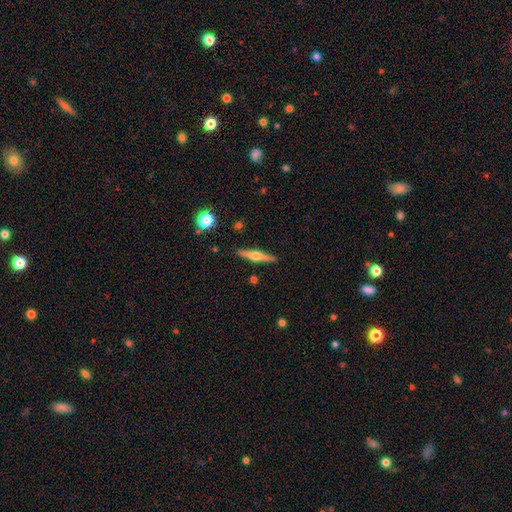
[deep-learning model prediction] featured or disk 67%, smooth 27%, star or artifact 6%. Down the decision tree: edge-on disk — yes (97%); edge-on bulge — rounded (93%); merging — none (90%).